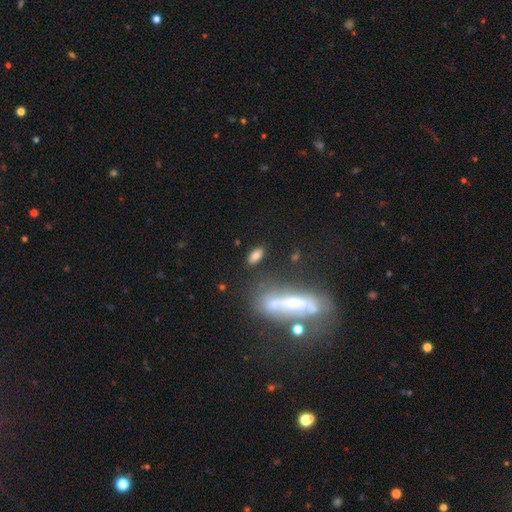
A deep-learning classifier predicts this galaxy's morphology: Smooth or featured?
  - smooth: 78% *
  - featured or disk: 13%
  - star or artifact: 9%
How rounded?
  - in between: 78% *
  - cigar-shaped: 18%
  - round: 5%
Merging?
  - none: 81% *
  - minor disturbance: 11%
  - merger: 4%
  - major disturbance: 4%